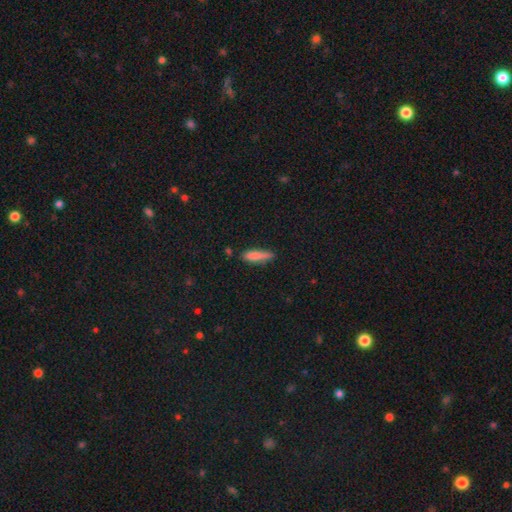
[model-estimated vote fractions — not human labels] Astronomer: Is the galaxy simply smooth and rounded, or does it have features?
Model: smooth — 83%.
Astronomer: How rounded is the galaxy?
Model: cigar-shaped — 74%.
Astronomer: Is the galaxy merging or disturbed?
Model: none — 67%.